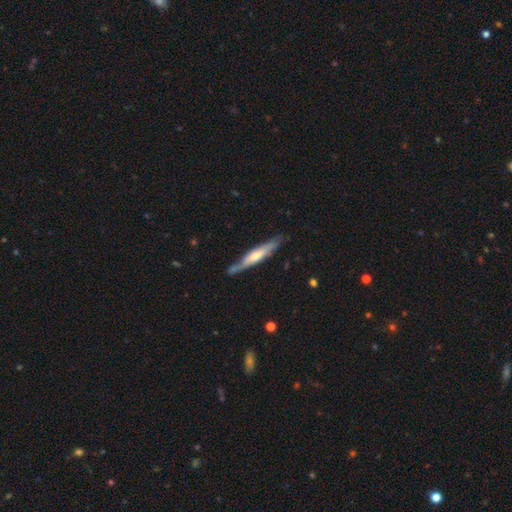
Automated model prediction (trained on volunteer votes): Q: Smooth or featured?
A: featured or disk (50%); runner-up: smooth (45%)
Q: Merging?
A: none (70%); runner-up: minor disturbance (19%)